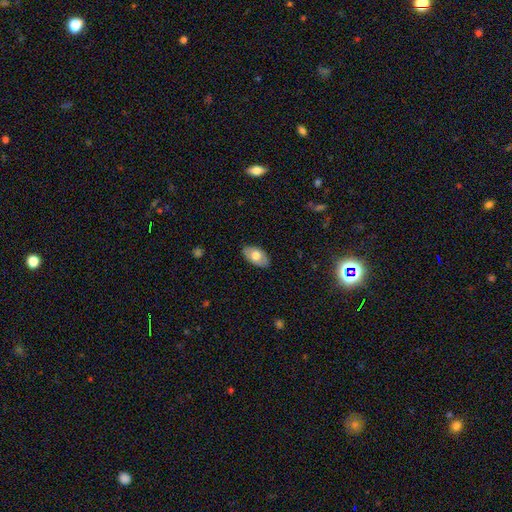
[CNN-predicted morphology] Overall: smooth (67%; featured or disk 27%). How rounded: in between (93%). Merging: none (85%).